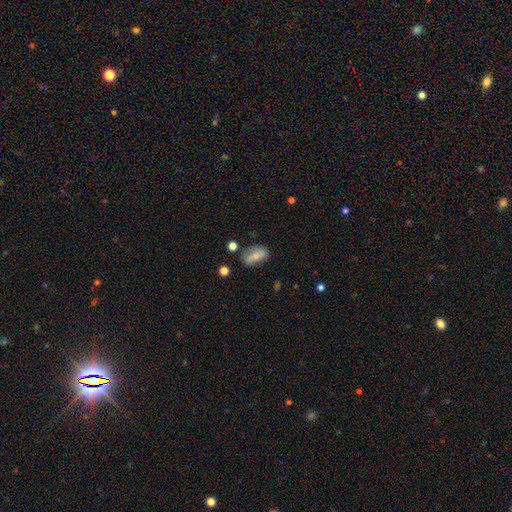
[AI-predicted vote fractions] This appears to be a smooth galaxy with no disk features (60%) that is in between round and cigar-shaped (86%). Merging: none (58%).